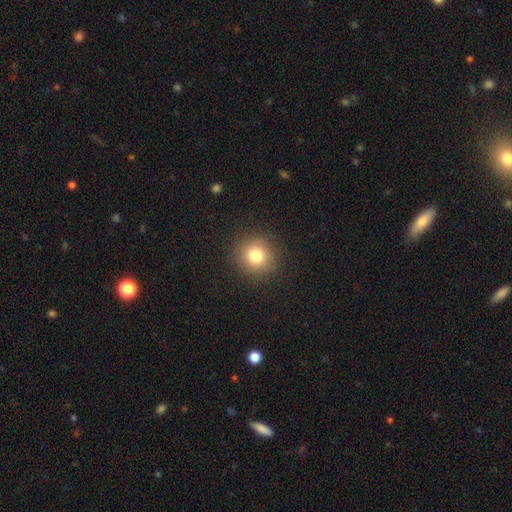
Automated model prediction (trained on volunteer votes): smooth 79%, star or artifact 13%, featured or disk 8%. Down the decision tree: how rounded — round (94%); merging — none (91%).